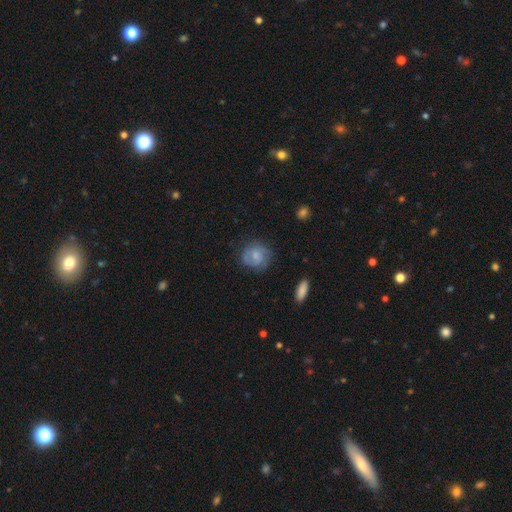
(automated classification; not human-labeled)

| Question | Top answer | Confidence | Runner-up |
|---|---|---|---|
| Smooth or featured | smooth | 47% | featured or disk (45%) |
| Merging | none | 71% | minor disturbance (20%) |